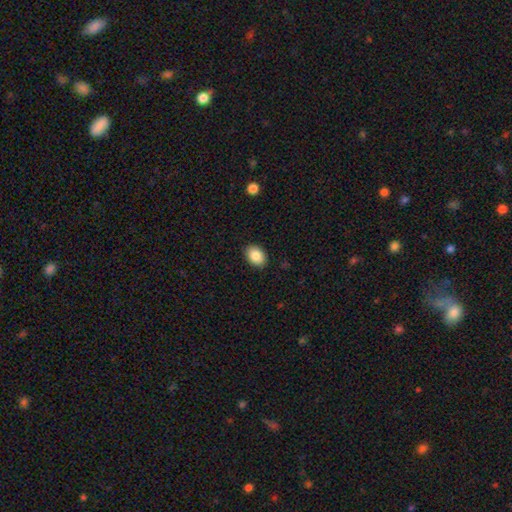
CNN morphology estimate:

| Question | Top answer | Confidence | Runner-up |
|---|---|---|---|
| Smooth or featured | smooth | 87% | star or artifact (8%) |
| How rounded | in between | 77% | round (22%) |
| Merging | none | 89% | minor disturbance (8%) |